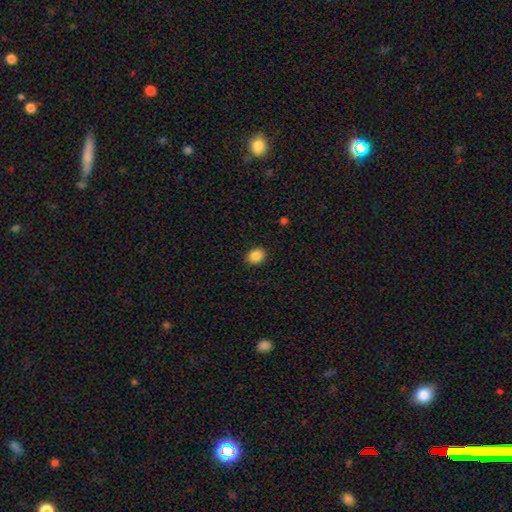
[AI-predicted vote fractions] smooth 88%, star or artifact 9%, featured or disk 3%. Down the decision tree: how rounded — round (50%); merging — none (89%).